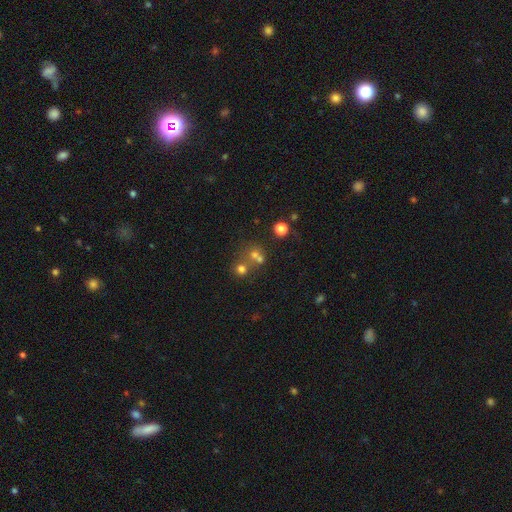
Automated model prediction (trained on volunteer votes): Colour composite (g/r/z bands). It shows a smooth galaxy with no disk features (59%) that is round (81%). Merging: merger (45%).